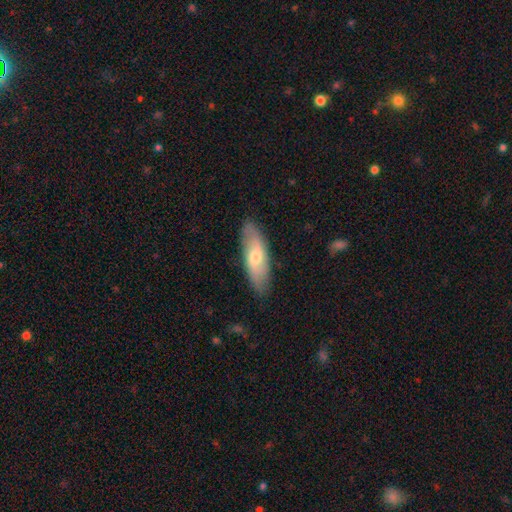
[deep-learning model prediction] This appears to be a smooth galaxy with no disk features (54%) that is in between round and cigar-shaped (59%). Merging: none (84%).